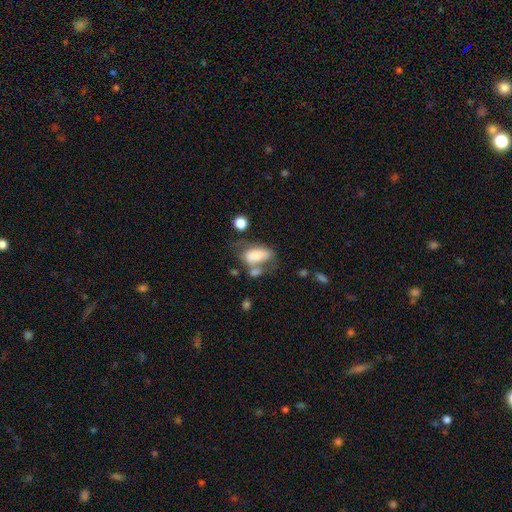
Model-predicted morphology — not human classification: Smooth or featured? Predicted: smooth (p=0.69). How rounded? Predicted: in between (p=0.89). Merging? Predicted: none (p=0.35).